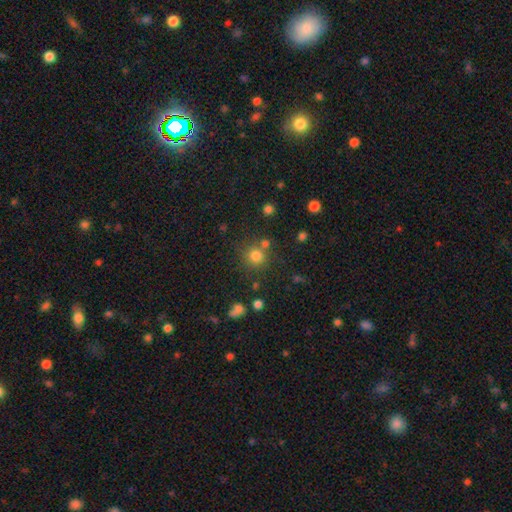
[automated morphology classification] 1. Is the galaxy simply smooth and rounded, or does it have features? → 78% smooth, 16% star or artifact, 6% featured or disk.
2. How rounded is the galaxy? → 91% round, 8% in between, 1% cigar-shaped.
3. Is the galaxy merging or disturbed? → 72% none, 14% merger, 9% minor disturbance, 4% major disturbance.